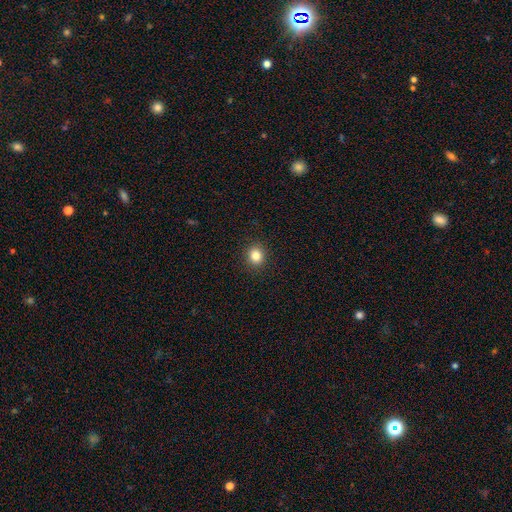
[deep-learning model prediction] Smooth or featured: smooth — 83% (star or artifact — 11%)
How rounded: round — 82% (in between — 17%)
Merging: none — 92% (minor disturbance — 5%)